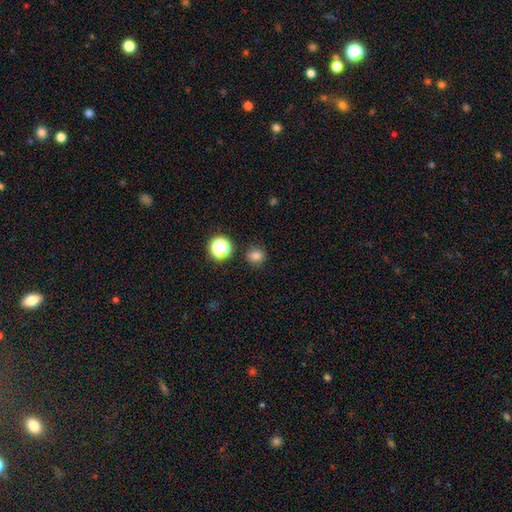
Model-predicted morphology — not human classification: A smooth galaxy with no disk features (78%) that is round (82%).

Vote fractions:
- Smooth or featured? smooth: 78% / star or artifact: 17% / featured or disk: 5%
- How rounded? round: 82% / in between: 17% / cigar-shaped: 1%
- Merging? none: 86% / minor disturbance: 9% / merger: 3% / major disturbance: 3%